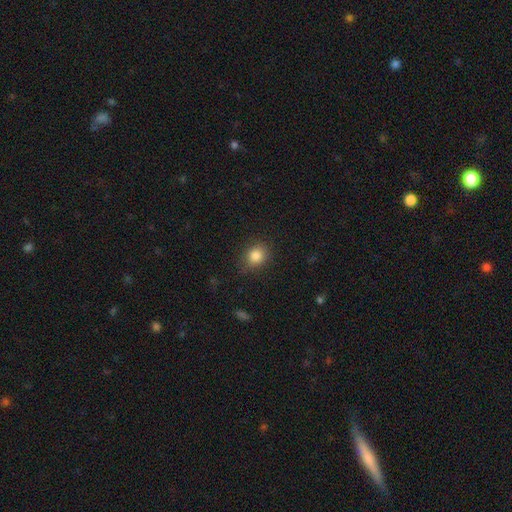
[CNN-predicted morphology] A smooth galaxy with no disk features (85%) that is round (60%). Merging: none (81%).